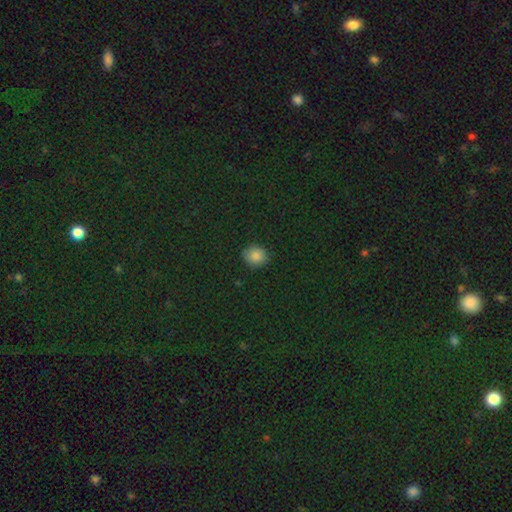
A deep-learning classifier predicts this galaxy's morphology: smooth-or-featured: smooth: 84% | star or artifact: 12% | featured or disk: 5%
  how-rounded: round: 75% | in between: 24% | cigar-shaped: 1%
  merging: none: 85% | minor disturbance: 12% | major disturbance: 3% | merger: 1%